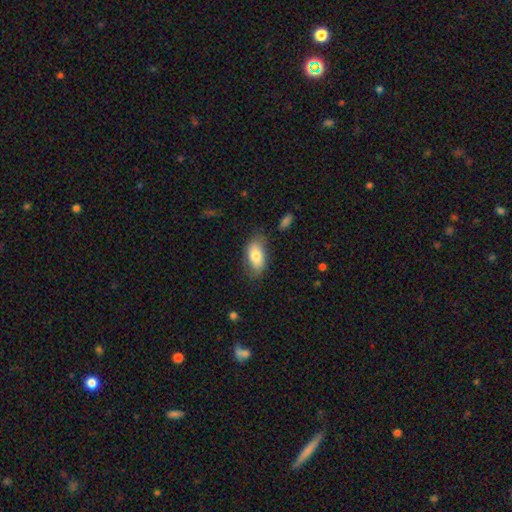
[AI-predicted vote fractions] Smooth or featured?
  - smooth: 77% *
  - featured or disk: 17%
  - star or artifact: 6%
How rounded?
  - in between: 91% *
  - cigar-shaped: 5%
  - round: 4%
Merging?
  - none: 70% *
  - minor disturbance: 22%
  - major disturbance: 6%
  - merger: 2%